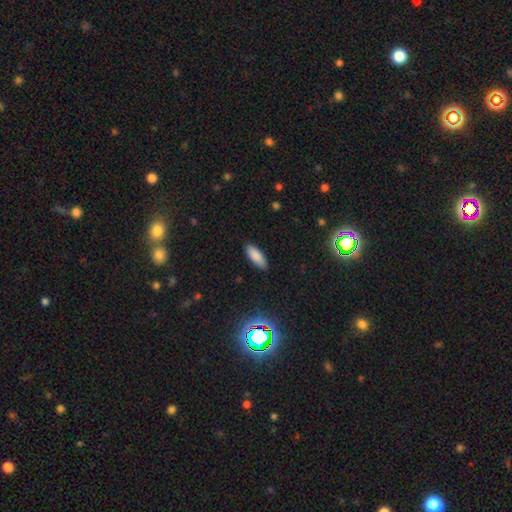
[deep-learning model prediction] A smooth galaxy with no disk features (84%) that is in between round and cigar-shaped (73%). Merging: none (88%).